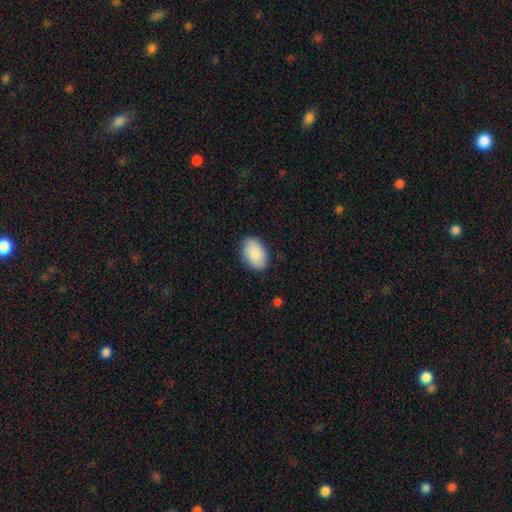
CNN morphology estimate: This appears to be a smooth galaxy with no disk features (88%) that is in between round and cigar-shaped (89%). Merging: none (85%).